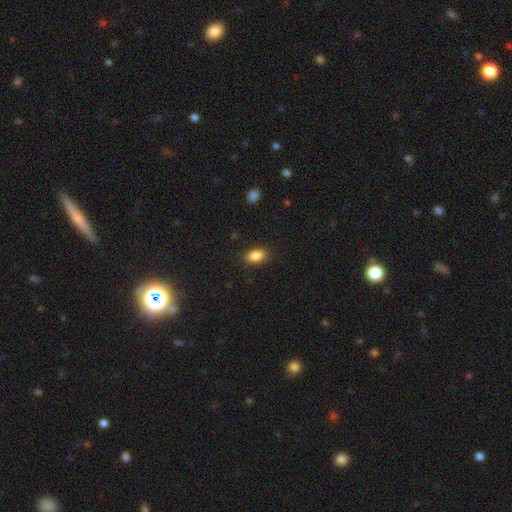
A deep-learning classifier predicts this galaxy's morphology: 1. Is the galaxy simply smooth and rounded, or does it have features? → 87% smooth, 9% star or artifact, 5% featured or disk.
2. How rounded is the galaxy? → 88% in between, 10% round, 2% cigar-shaped.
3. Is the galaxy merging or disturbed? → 87% none, 9% minor disturbance, 3% major disturbance, 1% merger.